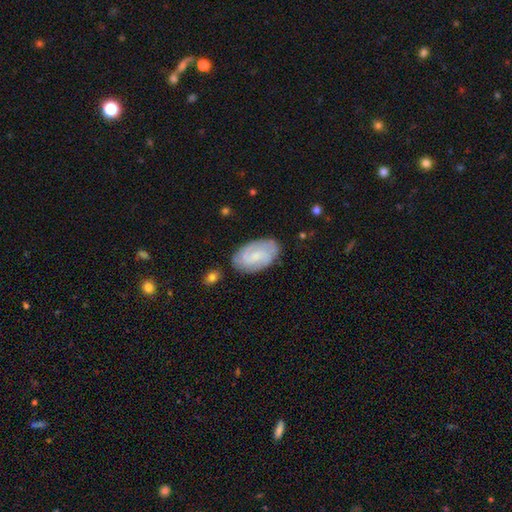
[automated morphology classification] type=featured or disk (65%); edge-on=no (97%); bar=no (50%); spiral arms=yes (93%); winding=tight (47%); arm count=2 (47%); bulge=small (58%); merging=none (79%).